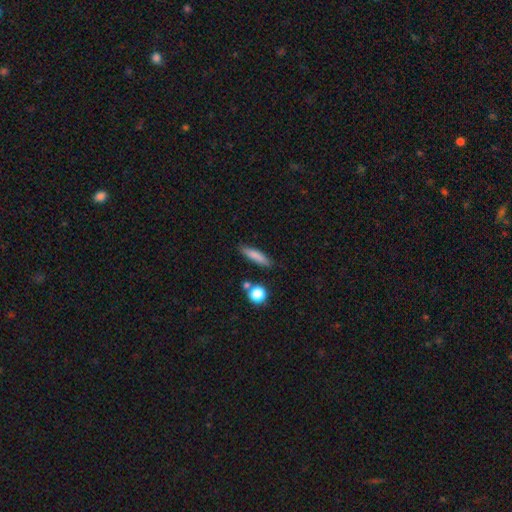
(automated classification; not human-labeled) Morphology: type=smooth (80%); roundness=cigar-shaped (75%); merging=none (82%).